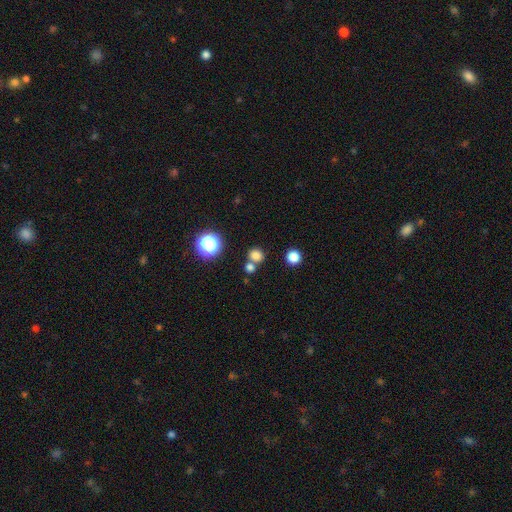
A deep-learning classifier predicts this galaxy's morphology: A smooth galaxy with no disk features (77%) that is round (79%).

Vote fractions:
- Smooth or featured? smooth: 77% / star or artifact: 17% / featured or disk: 6%
- How rounded? round: 79% / in between: 20% / cigar-shaped: 1%
- Merging? none: 63% / merger: 27% / minor disturbance: 8% / major disturbance: 3%